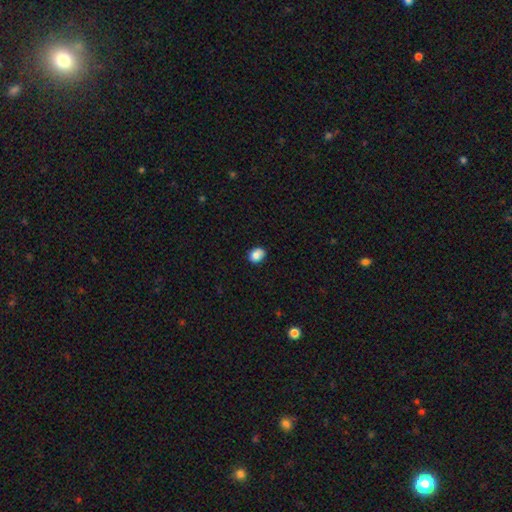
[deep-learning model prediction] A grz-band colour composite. It shows a smooth galaxy with no disk features (83%) that is in between round and cigar-shaped (57%). Merging: none (69%).